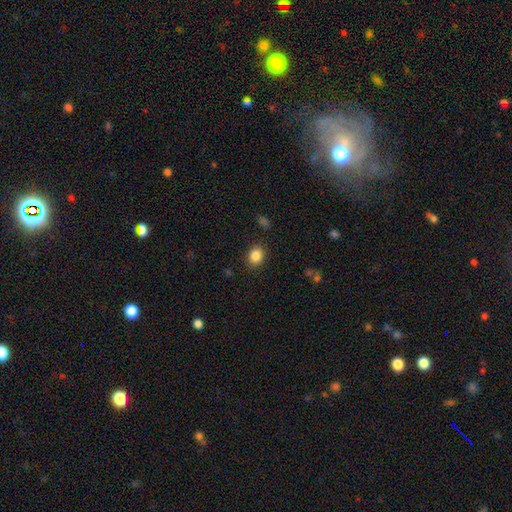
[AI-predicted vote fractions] Morphology: type=smooth (86%); roundness=round (58%); merging=none (87%).